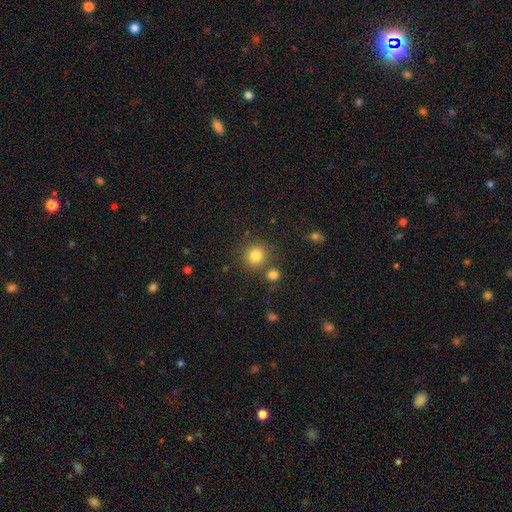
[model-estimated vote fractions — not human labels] This appears to be a smooth galaxy with no disk features (81%) that is round (92%). Merging: none (80%).